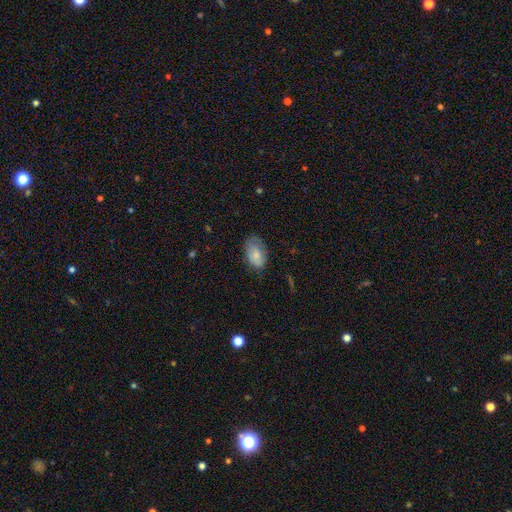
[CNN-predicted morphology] Smooth or featured?
  - smooth: 71% *
  - featured or disk: 21%
  - star or artifact: 7%
How rounded?
  - in between: 90% *
  - round: 8%
  - cigar-shaped: 1%
Merging?
  - none: 59% *
  - minor disturbance: 30%
  - major disturbance: 10%
  - merger: 1%